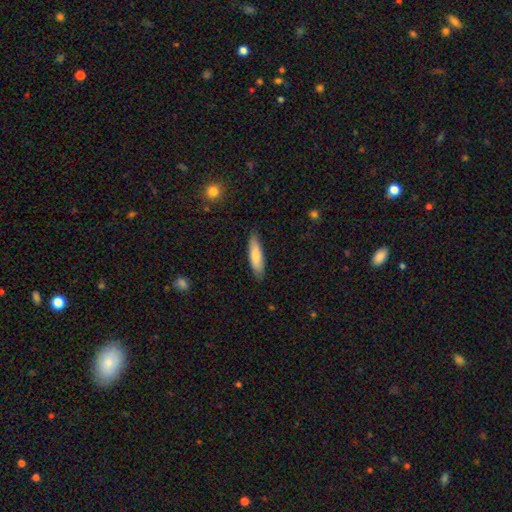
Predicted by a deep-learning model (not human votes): smooth_or_featured: smooth (p=0.79) [alt: featured or disk p=0.16]
how_rounded: cigar-shaped (p=0.68) [alt: in between p=0.31]
merging: none (p=0.85) [alt: minor disturbance p=0.11]